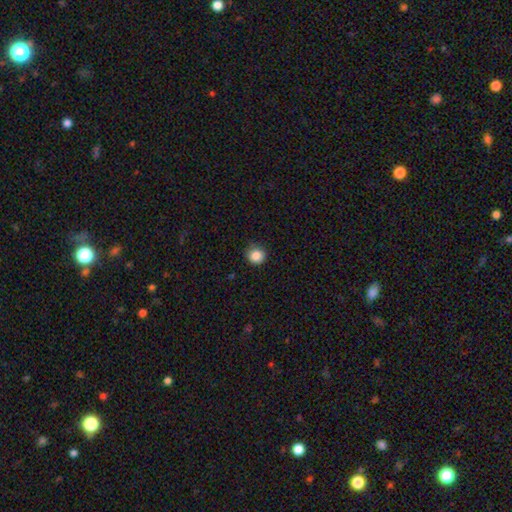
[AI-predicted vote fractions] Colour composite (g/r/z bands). It shows a smooth galaxy with no disk features (86%) that is round (91%). Merging: none (80%).